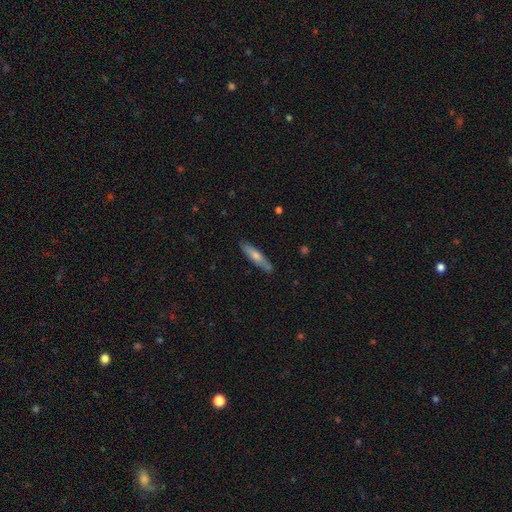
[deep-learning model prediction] A smooth galaxy with no disk features (66%) that is cigar-shaped (81%).

Vote fractions:
- Smooth or featured? smooth: 66% / featured or disk: 29% / star or artifact: 5%
- How rounded? cigar-shaped: 81% / in between: 18% / round: 2%
- Merging? none: 86% / minor disturbance: 11% / major disturbance: 2% / merger: 1%